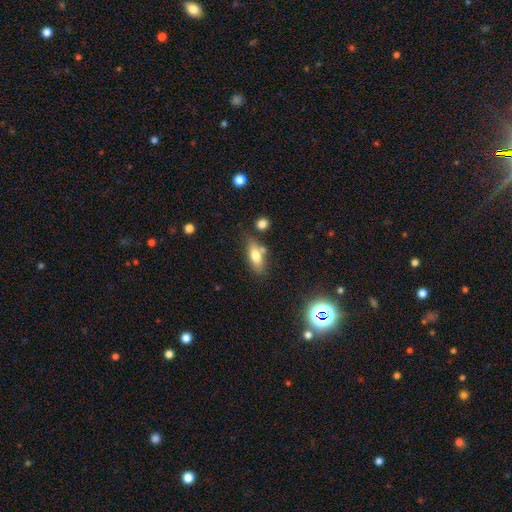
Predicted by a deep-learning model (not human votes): This appears to be a smooth galaxy with no disk features (71%) that is in between round and cigar-shaped (73%). Merging: none (66%).